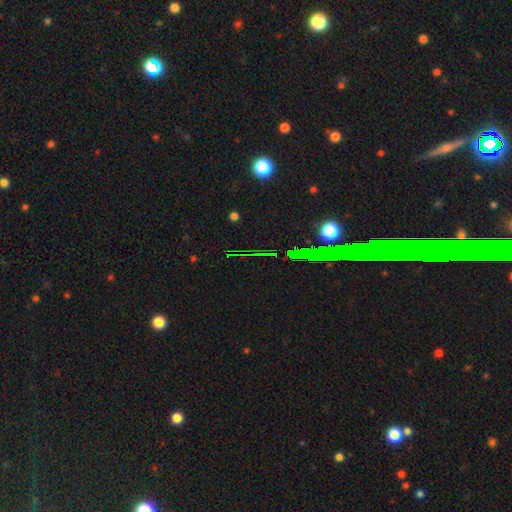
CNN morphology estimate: A star or artifact, not a galaxy (67%).

Vote fractions:
- Smooth or featured? star or artifact: 67% / featured or disk: 17% / smooth: 16%